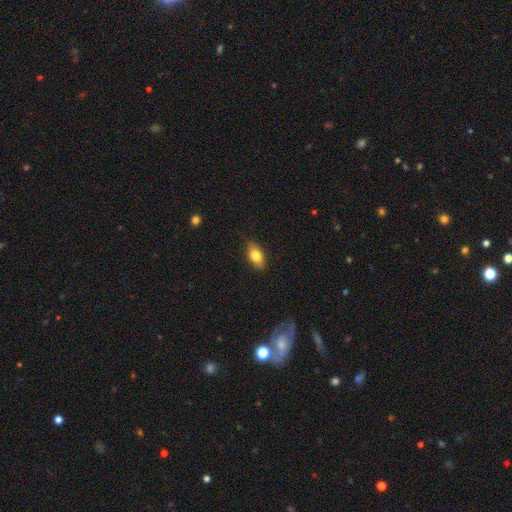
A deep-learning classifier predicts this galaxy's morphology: The model was most divided on "smooth or featured": smooth: 80%, featured or disk: 13%, star or artifact: 7%. More confident: how rounded — in between (87%); merging — none (84%).